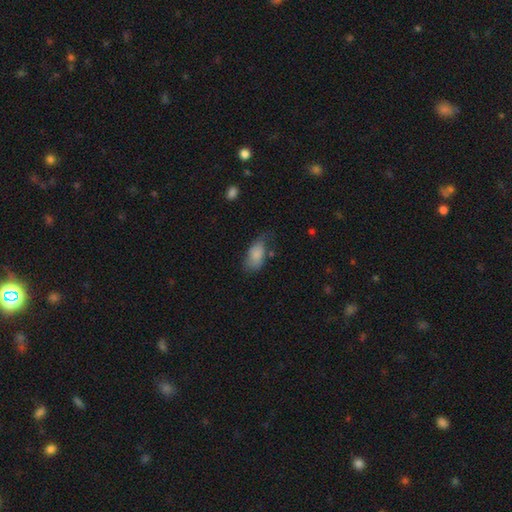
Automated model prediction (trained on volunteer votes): Overall: smooth (79%). How rounded: in between (92%). Merging: none (45%; minor disturbance 36%).